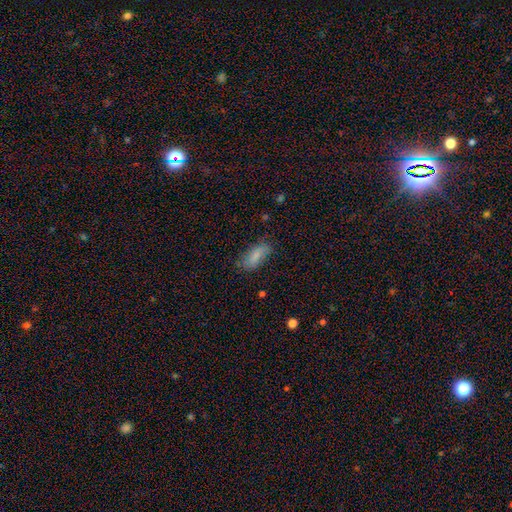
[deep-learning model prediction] This is likely a smooth galaxy (80%). How rounded: likely in between (80%). Merging: likely none (72%).